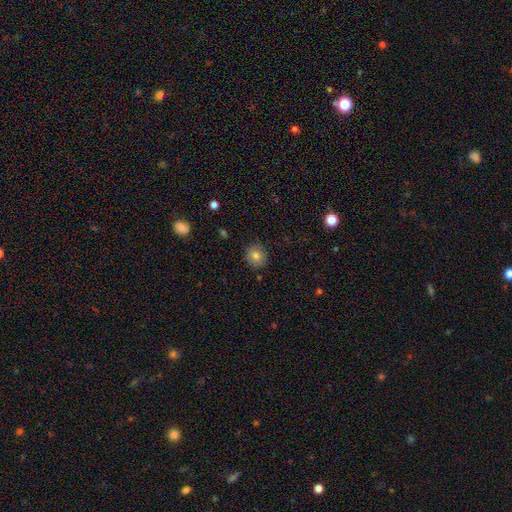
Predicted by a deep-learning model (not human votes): A smooth galaxy with no disk features (81%) that is round (87%).

Vote fractions:
- Smooth or featured? smooth: 81% / star or artifact: 10% / featured or disk: 9%
- How rounded? round: 87% / in between: 12% / cigar-shaped: 1%
- Merging? none: 88% / minor disturbance: 9% / major disturbance: 2% / merger: 1%